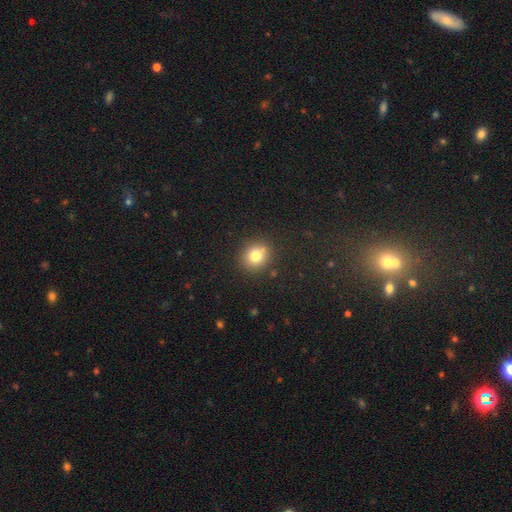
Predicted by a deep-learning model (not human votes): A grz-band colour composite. It shows a smooth galaxy with no disk features (78%) that is round (83%). Merging: none (82%).